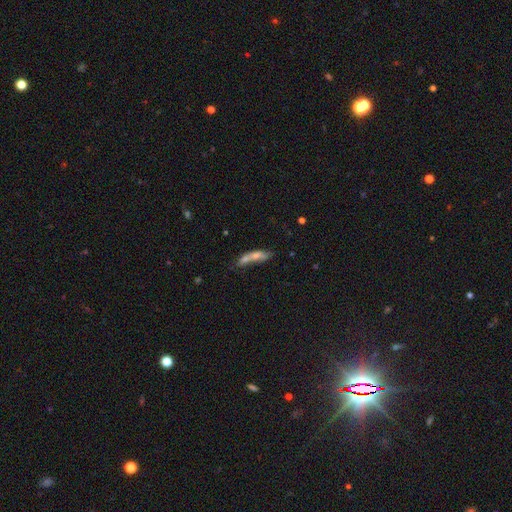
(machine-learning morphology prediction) Smooth or featured: smooth — 56% (featured or disk — 34%)
How rounded: cigar-shaped — 60% (in between — 36%)
Merging: merger — 47% (none — 27%)